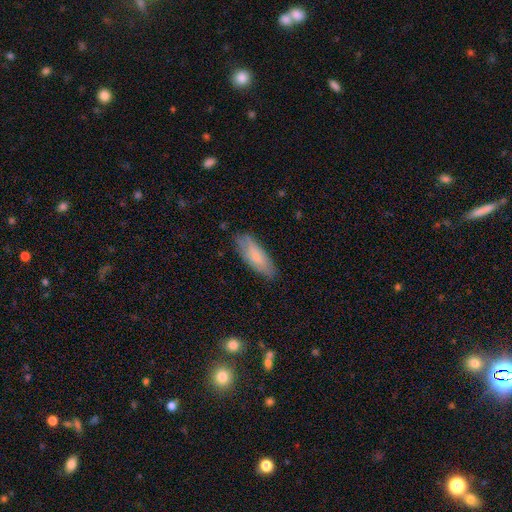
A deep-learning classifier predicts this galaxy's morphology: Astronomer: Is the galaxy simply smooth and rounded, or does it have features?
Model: smooth — 73%.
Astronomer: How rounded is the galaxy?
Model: in between — 66%.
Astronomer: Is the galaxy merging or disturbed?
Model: none — 76%.